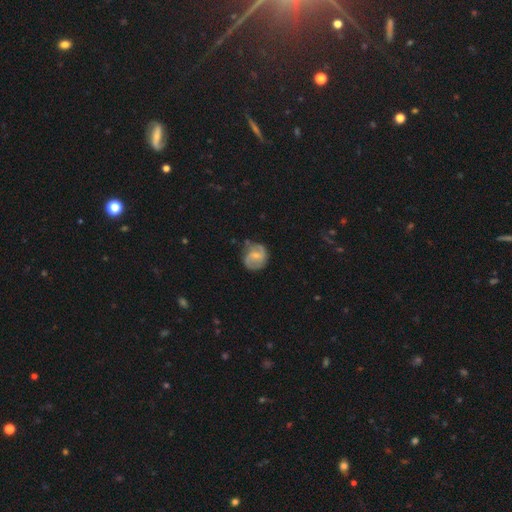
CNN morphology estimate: The model was most divided on "bar": weak: 48%, no: 41%, strong: 11%. Remaining: edge-on disk — no (98%); spiral arms — yes (91%); spiral arm count — 2 (80%); smooth or featured — featured or disk (70%); merging — none (64%); bulge size — small (55%); spiral winding — medium (48%).